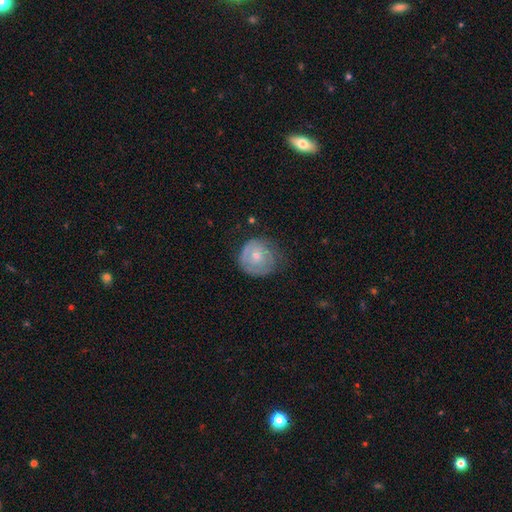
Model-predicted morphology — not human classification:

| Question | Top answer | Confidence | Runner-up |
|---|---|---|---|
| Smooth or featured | featured or disk | 60% | smooth (33%) |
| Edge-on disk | no | 98% | yes (2%) |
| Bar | no | 80% | weak (17%) |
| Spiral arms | yes | 78% | no (22%) |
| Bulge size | small | 60% | moderate (35%) |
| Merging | none | 61% | minor disturbance (27%) |